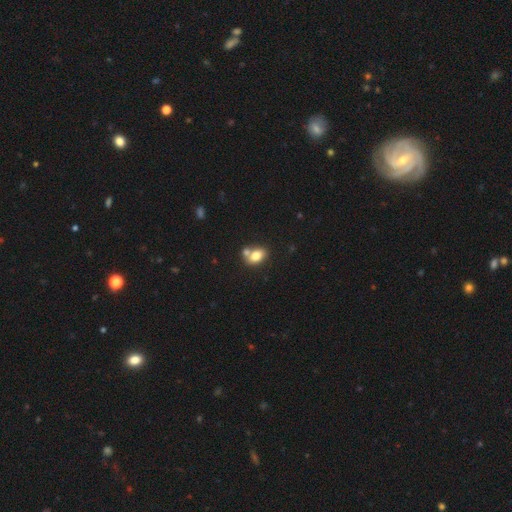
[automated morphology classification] Overall: smooth (78%). How rounded: in between (77%). Merging: none (46%; merger 39%).